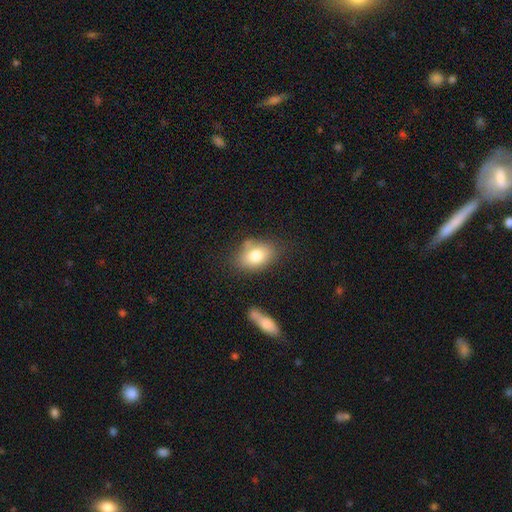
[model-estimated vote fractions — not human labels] This is likely a smooth galaxy (79%). How rounded: clearly in between (82%). Merging: likely none (66%).